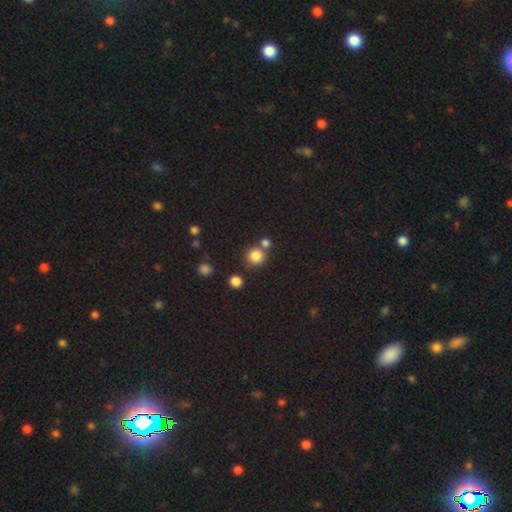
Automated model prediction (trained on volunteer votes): smooth 82%, star or artifact 13%, featured or disk 5%. Down the decision tree: how rounded — round (90%); merging — none (69%).